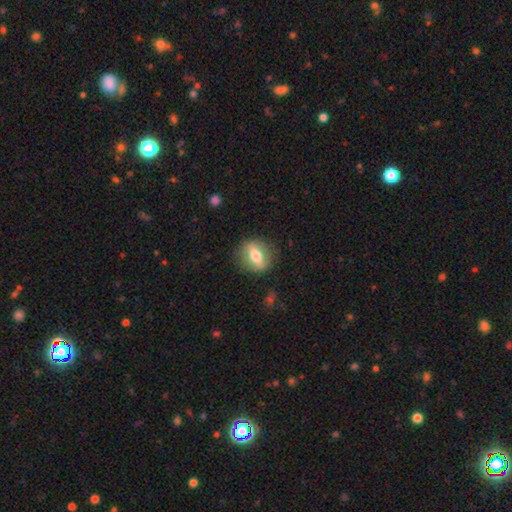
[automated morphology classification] Smooth or featured? Predicted: smooth (p=0.47). Merging? Predicted: none (p=0.84).